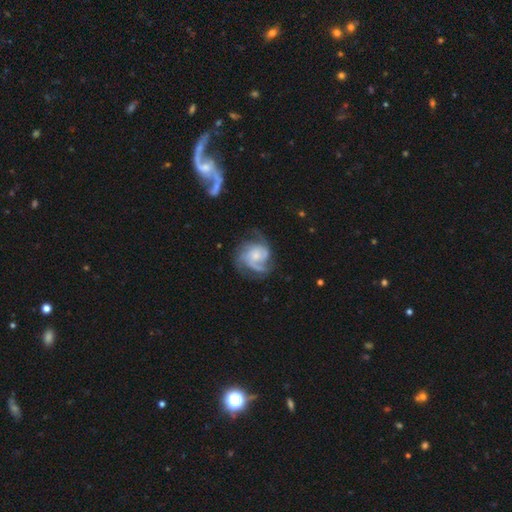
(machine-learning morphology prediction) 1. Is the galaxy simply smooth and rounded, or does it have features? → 83% featured or disk, 11% smooth, 6% star or artifact.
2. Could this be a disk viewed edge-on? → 98% no, 2% yes.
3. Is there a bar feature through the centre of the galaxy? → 72% no, 24% weak, 4% strong.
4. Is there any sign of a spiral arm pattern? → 95% yes, 5% no.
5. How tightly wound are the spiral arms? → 43% medium, 41% tight, 16% loose.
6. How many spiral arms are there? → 40% 3, 22% 2, 17% can't tell, 9% 4, 7% 1, 5% more than 4.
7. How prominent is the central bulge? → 56% small, 32% moderate, 6% none, 4% large, 1% dominant.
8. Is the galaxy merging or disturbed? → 60% none, 20% minor disturbance, 18% major disturbance, 2% merger.